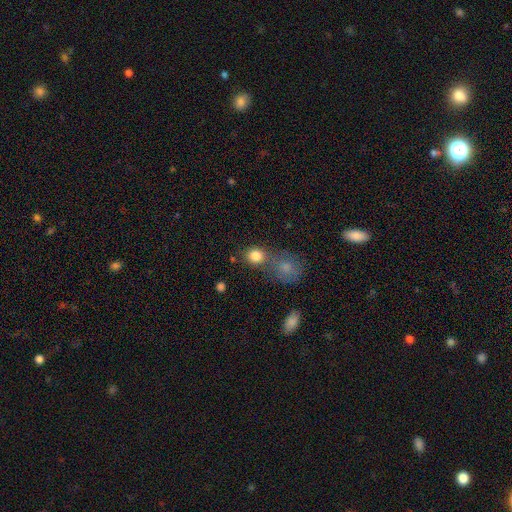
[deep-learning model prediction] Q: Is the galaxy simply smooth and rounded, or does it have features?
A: smooth — 83%.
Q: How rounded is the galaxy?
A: round — 78%.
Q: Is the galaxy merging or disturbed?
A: none — 55%.